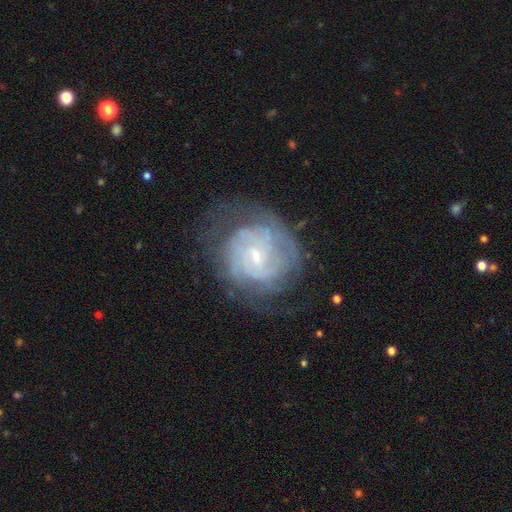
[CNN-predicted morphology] type=featured or disk (78%); edge-on=no (97%); bar=weak (47%); spiral arms=yes (88%); winding=tight (64%); arm count=can't tell (50%); bulge=small (75%); merging=none (65%).